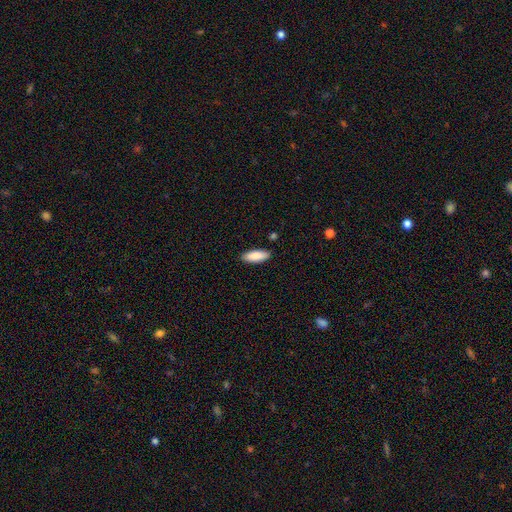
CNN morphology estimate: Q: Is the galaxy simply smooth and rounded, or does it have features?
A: smooth — 88%.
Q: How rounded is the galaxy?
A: in between — 72%.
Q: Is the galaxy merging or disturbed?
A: none — 88%.